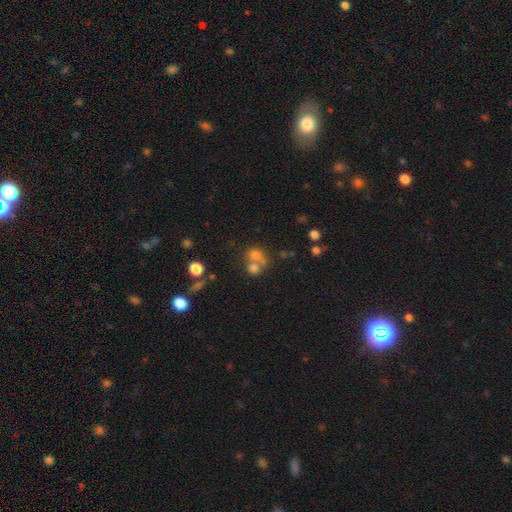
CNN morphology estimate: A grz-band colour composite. It shows a smooth galaxy with no disk features (69%) that is round (67%). Merging: merger (53%).